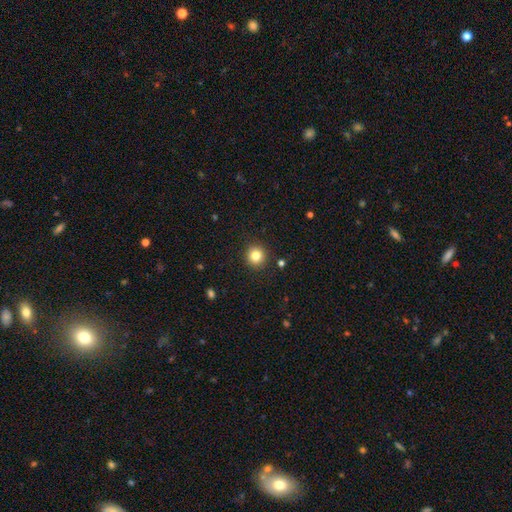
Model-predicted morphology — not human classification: Smooth or featured? Predicted: smooth (p=0.82). How rounded? Predicted: round (p=0.93). Merging? Predicted: none (p=0.91).